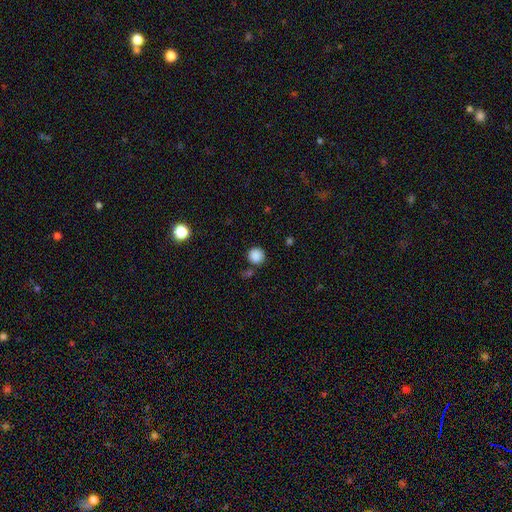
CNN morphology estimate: Smooth or featured: smooth — 86% (star or artifact — 10%)
How rounded: round — 92% (in between — 7%)
Merging: none — 79% (minor disturbance — 11%)